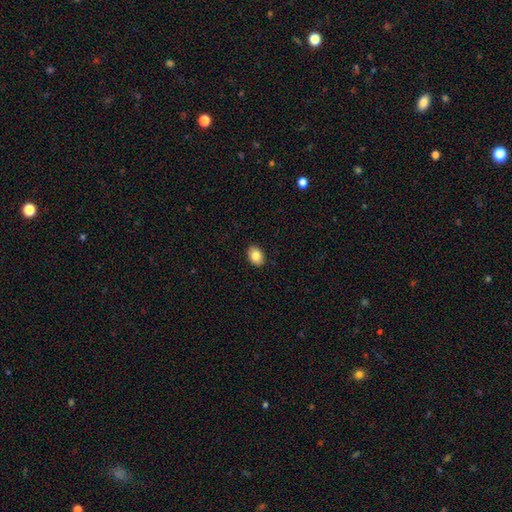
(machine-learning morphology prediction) Smooth or featured?
  - smooth: 84% *
  - star or artifact: 8%
  - featured or disk: 8%
How rounded?
  - in between: 77% *
  - round: 22%
  - cigar-shaped: 1%
Merging?
  - none: 90% *
  - minor disturbance: 7%
  - major disturbance: 2%
  - merger: 1%